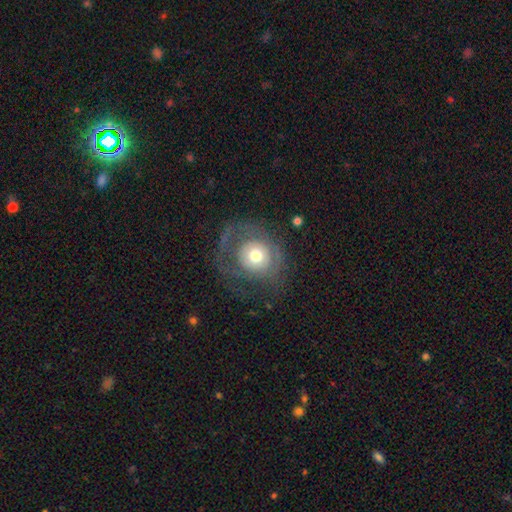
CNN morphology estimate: Q: Smooth or featured?
A: featured or disk (52%); runner-up: smooth (38%)
Q: Edge-on disk?
A: no (96%); runner-up: yes (4%)
Q: Merging?
A: none (56%); runner-up: major disturbance (24%)